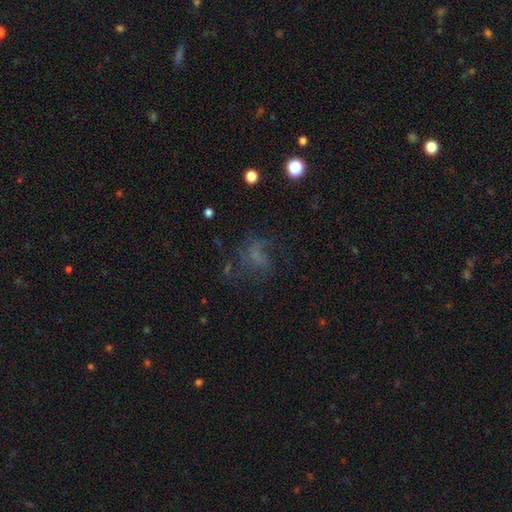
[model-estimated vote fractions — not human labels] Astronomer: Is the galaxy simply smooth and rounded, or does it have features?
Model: featured or disk — 46% (runner-up: smooth, 30%).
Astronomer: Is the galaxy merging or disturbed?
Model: none — 48% (runner-up: major disturbance, 31%).